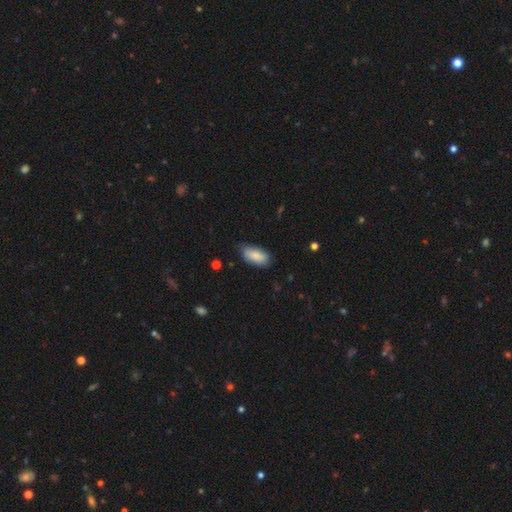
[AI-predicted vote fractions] A smooth galaxy with no disk features (85%) that is in between round and cigar-shaped (90%).

Vote fractions:
- Smooth or featured? smooth: 85% / featured or disk: 9% / star or artifact: 6%
- How rounded? in between: 90% / cigar-shaped: 8% / round: 2%
- Merging? none: 70% / minor disturbance: 24% / major disturbance: 4% / merger: 1%